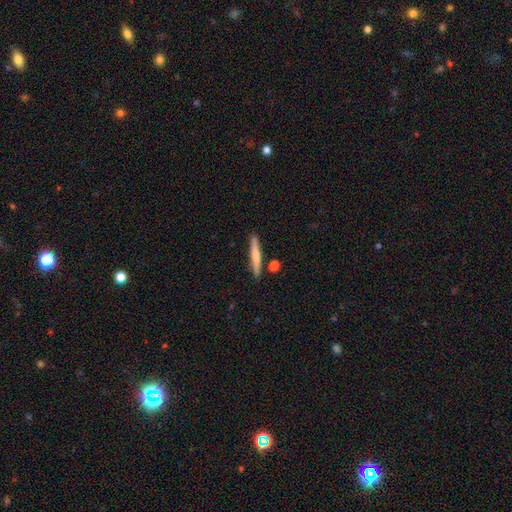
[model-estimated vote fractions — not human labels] Smooth or featured? Predicted: smooth (p=0.66). How rounded? Predicted: cigar-shaped (p=0.94). Merging? Predicted: none (p=0.84).